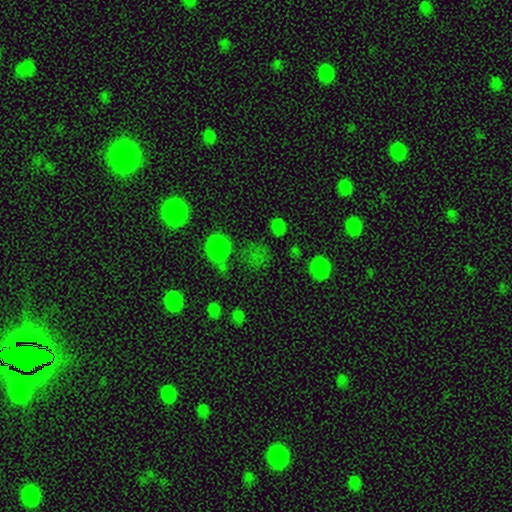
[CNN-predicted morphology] Overall: smooth (60%; star or artifact 33%). How rounded: round (77%). Merging: none (65%).